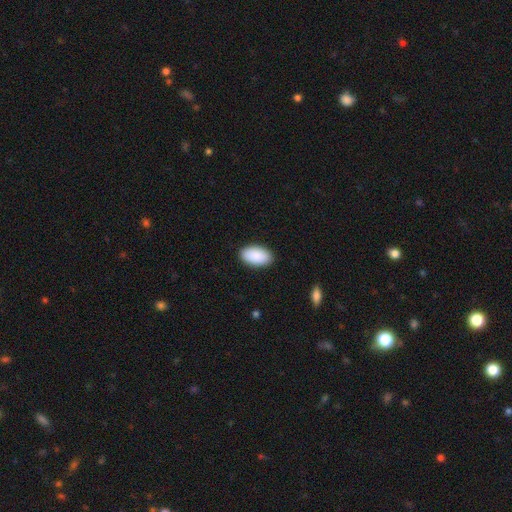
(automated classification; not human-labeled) A smooth galaxy with no disk features (91%) that is in between round and cigar-shaped (96%).

Vote fractions:
- Smooth or featured? smooth: 91% / star or artifact: 6% / featured or disk: 3%
- How rounded? in between: 96% / round: 3% / cigar-shaped: 1%
- Merging? none: 90% / minor disturbance: 8% / major disturbance: 2% / merger: 1%